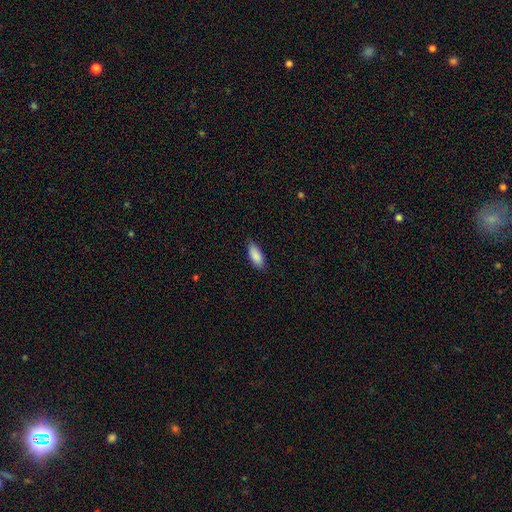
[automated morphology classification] Overall: smooth (89%). How rounded: in between (79%). Merging: none (83%).